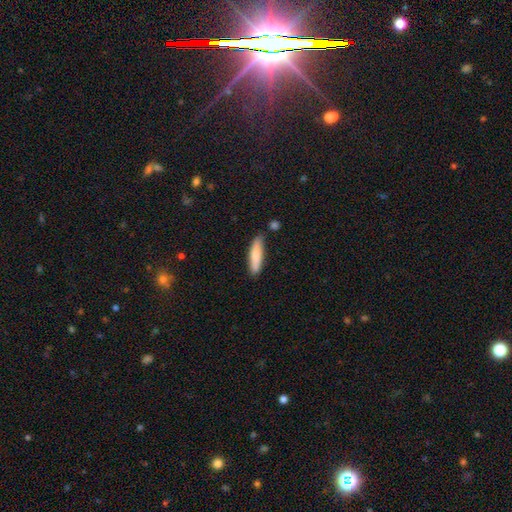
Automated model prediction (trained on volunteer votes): This is clearly a smooth galaxy (80%). How rounded: likely cigar-shaped (76%). Merging: likely none (78%).